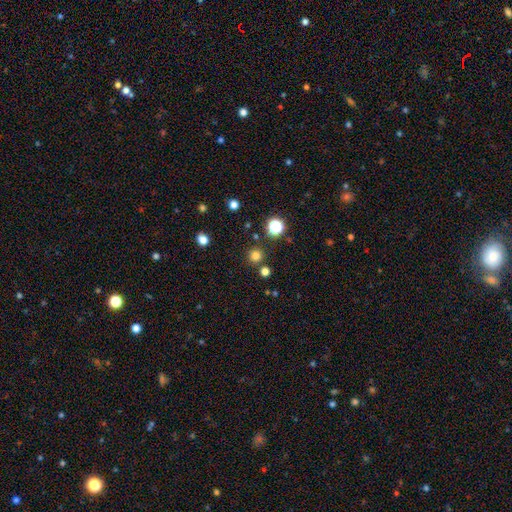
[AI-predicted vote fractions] smooth_or_featured: smooth (p=0.76) [alt: star or artifact p=0.19]
how_rounded: round (p=0.95) [alt: in between p=0.04]
merging: none (p=0.86) [alt: minor disturbance p=0.06]